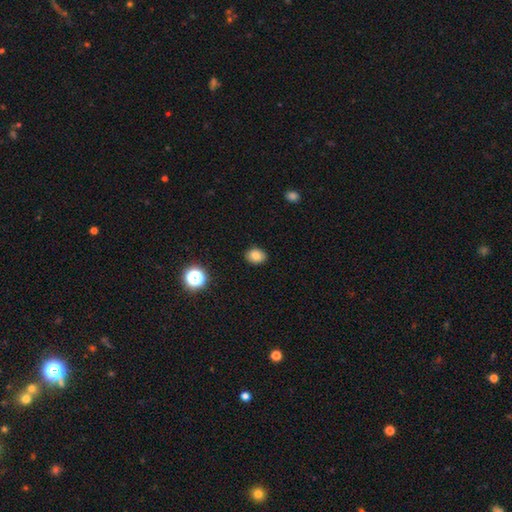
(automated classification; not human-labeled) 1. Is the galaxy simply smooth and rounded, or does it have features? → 83% smooth, 11% star or artifact, 6% featured or disk.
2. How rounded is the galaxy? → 60% in between, 39% round, 1% cigar-shaped.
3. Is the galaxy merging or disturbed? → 89% none, 8% minor disturbance, 2% major disturbance, 1% merger.